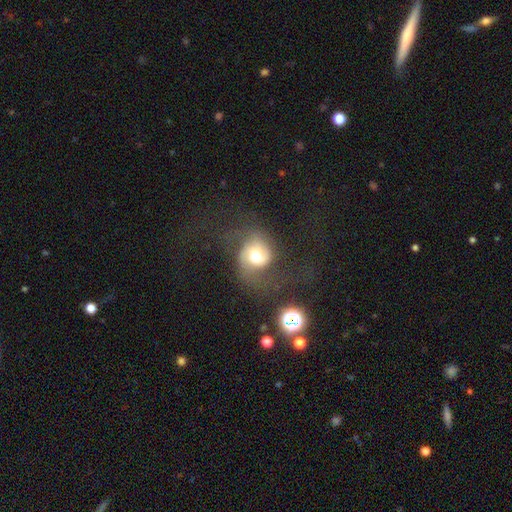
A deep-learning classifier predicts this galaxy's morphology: Smooth or featured?
  - featured or disk: 55% *
  - smooth: 35%
  - star or artifact: 11%
Edge-on disk?
  - no: 97% *
  - yes: 3%
Bar?
  - no: 59% *
  - weak: 31%
  - strong: 10%
Spiral arms?
  - yes: 82% *
  - no: 18%
Bulge size?
  - moderate: 65% *
  - large: 22%
  - small: 8%
  - dominant: 4%
  - none: 1%
Merging?
  - none: 46% *
  - major disturbance: 31%
  - minor disturbance: 20%
  - merger: 3%